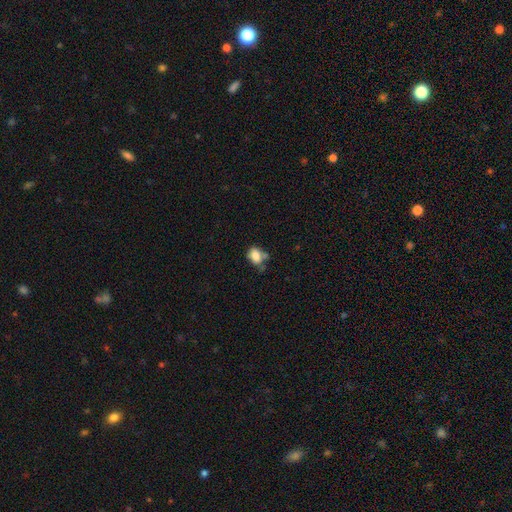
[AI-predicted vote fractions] This is likely a smooth galaxy (79%). How rounded: likely in between (77%). Merging: marginally none (42%).